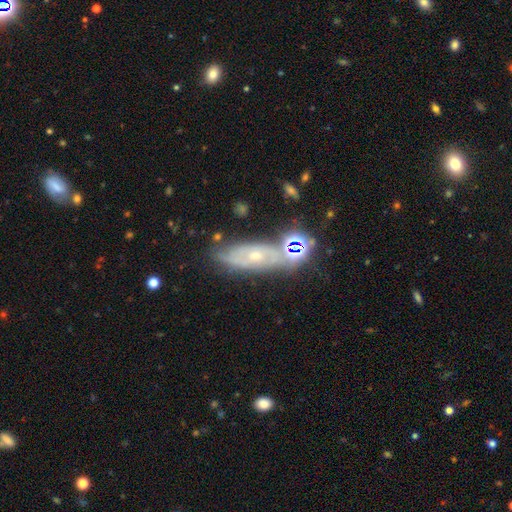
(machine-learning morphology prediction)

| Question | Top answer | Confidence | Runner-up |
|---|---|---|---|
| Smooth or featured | featured or disk | 62% | smooth (21%) |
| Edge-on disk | no | 78% | yes (22%) |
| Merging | none | 62% | minor disturbance (19%) |